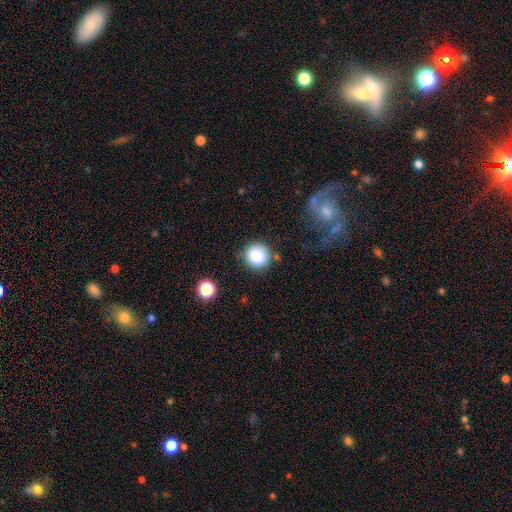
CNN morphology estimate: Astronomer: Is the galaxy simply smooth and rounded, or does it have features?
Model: smooth — 86%.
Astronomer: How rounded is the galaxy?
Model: round — 94%.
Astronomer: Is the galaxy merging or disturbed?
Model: none — 82%.